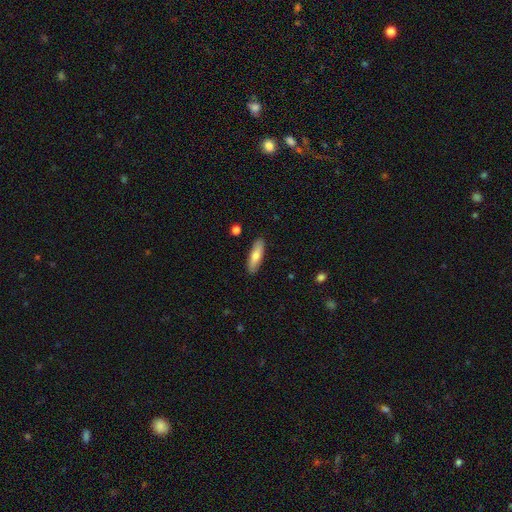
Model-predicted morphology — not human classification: smooth 70%, featured or disk 24%, star or artifact 6%. Down the decision tree: how rounded — cigar-shaped (57%); merging — none (88%).